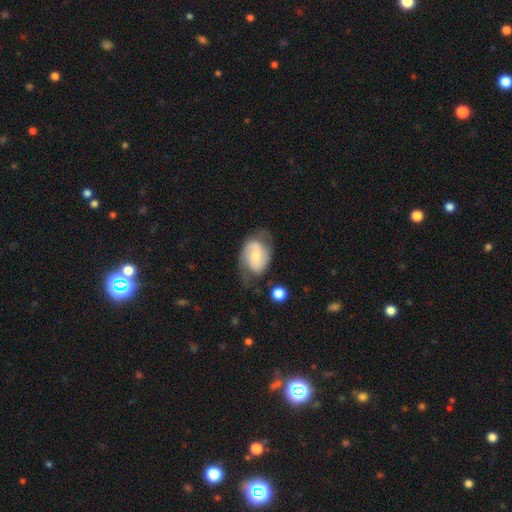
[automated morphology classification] A featured or disk galaxy (61%) with no bar (49%), spiral arms (84%) and a moderate central bulge (48%). Merging: none (52%).